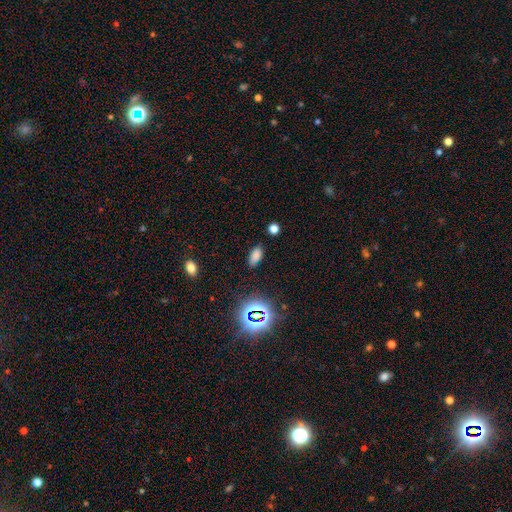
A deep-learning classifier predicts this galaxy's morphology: Smooth or featured? smooth (74%)
How rounded? in between (89%)
Merging? none (84%)